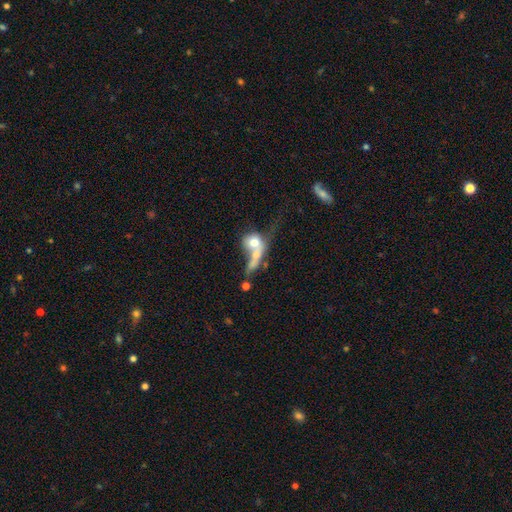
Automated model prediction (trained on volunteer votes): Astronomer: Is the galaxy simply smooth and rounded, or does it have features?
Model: smooth — 59%.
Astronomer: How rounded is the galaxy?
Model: round — 46% (runner-up: in between, 43%).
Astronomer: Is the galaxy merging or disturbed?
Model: merger — 58%.